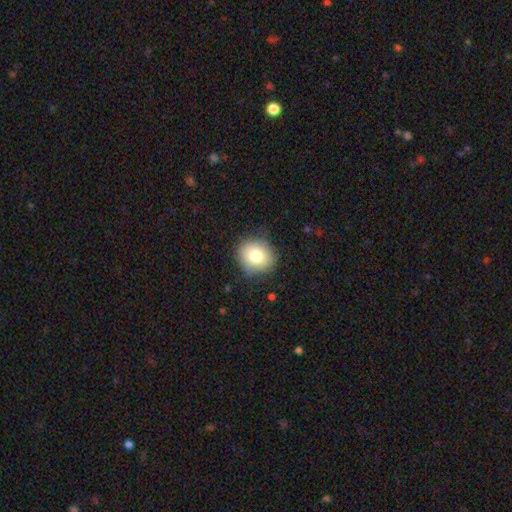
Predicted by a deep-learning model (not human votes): Smooth or featured? smooth (78%)
How rounded? round (76%)
Merging? none (81%)